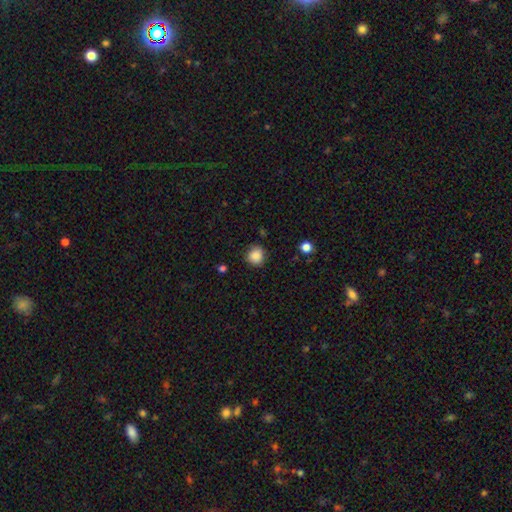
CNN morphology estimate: Q: Smooth or featured?
A: smooth (87%); runner-up: star or artifact (10%)
Q: How rounded?
A: round (88%); runner-up: in between (11%)
Q: Merging?
A: none (84%); runner-up: minor disturbance (12%)